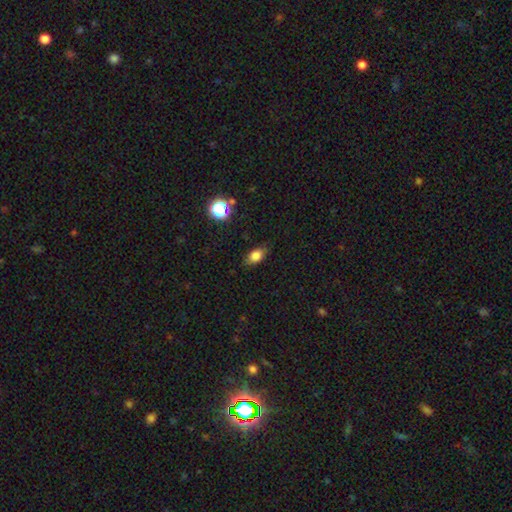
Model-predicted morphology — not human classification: Smooth or featured? smooth (79%)
How rounded? in between (82%)
Merging? none (81%)